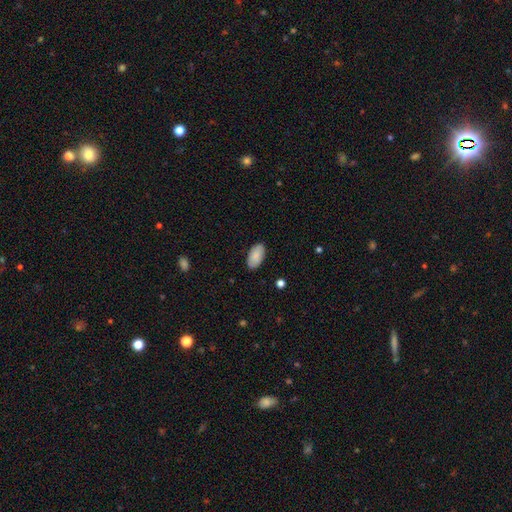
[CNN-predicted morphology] A smooth galaxy with no disk features (87%) that is in between round and cigar-shaped (96%).

Vote fractions:
- Smooth or featured? smooth: 87% / featured or disk: 6% / star or artifact: 6%
- How rounded? in between: 96% / round: 2% / cigar-shaped: 2%
- Merging? none: 88% / minor disturbance: 9% / major disturbance: 2% / merger: 1%